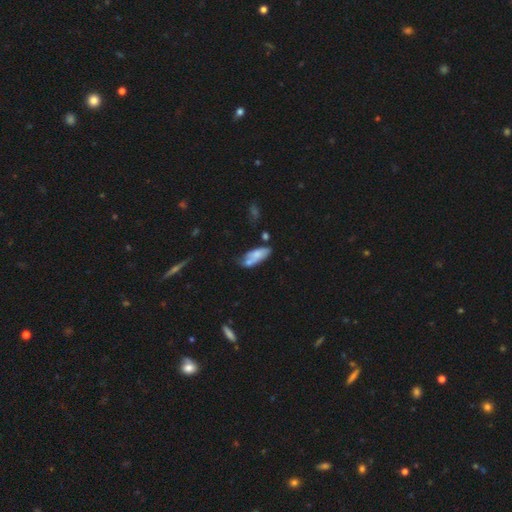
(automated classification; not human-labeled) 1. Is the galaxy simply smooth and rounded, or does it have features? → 65% smooth, 27% featured or disk, 8% star or artifact.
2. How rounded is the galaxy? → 77% in between, 21% cigar-shaped, 2% round.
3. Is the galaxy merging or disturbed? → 37% none, 28% minor disturbance, 21% merger, 13% major disturbance.